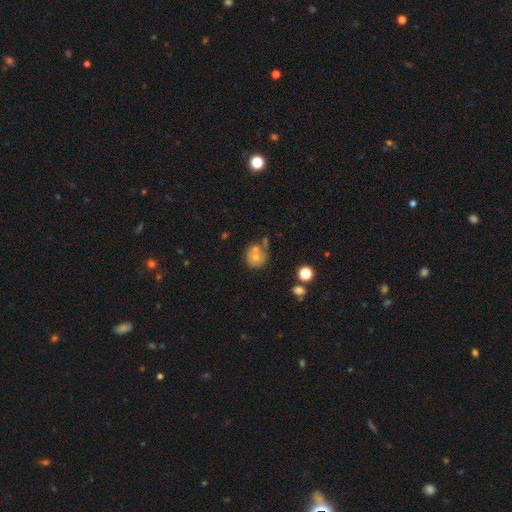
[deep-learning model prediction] Smooth or featured? Predicted: smooth (p=0.60). How rounded? Predicted: round (p=0.82). Merging? Predicted: none (p=0.43).